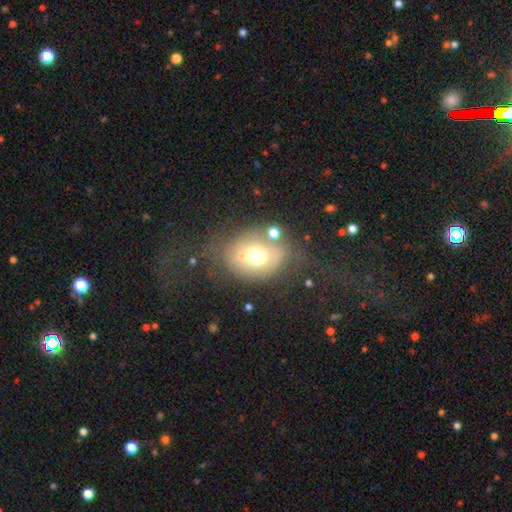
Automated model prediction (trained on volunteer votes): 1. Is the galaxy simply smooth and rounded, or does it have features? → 58% smooth, 29% featured or disk, 13% star or artifact.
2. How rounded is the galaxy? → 56% round, 43% in between, 1% cigar-shaped.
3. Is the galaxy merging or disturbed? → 44% none, 20% minor disturbance, 19% major disturbance, 17% merger.